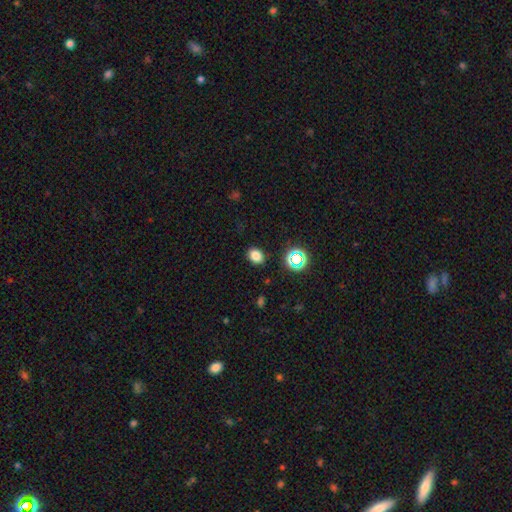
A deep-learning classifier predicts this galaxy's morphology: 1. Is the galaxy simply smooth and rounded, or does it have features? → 77% smooth, 17% star or artifact, 6% featured or disk.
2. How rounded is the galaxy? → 58% in between, 41% round, 1% cigar-shaped.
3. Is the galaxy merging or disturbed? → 86% none, 9% minor disturbance, 3% major disturbance, 2% merger.